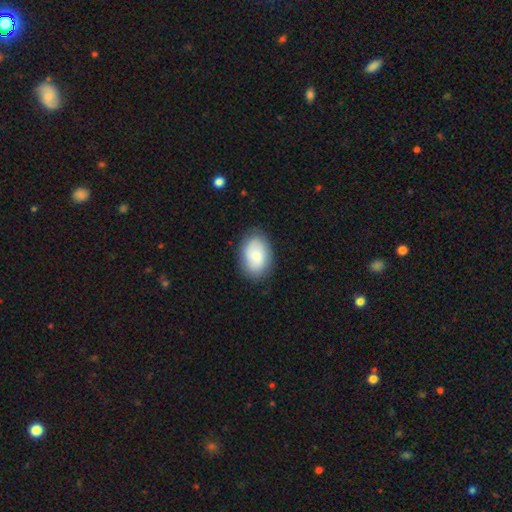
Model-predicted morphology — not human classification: This appears to be a smooth galaxy with no disk features (75%) that is in between round and cigar-shaped (84%). Merging: none (82%).